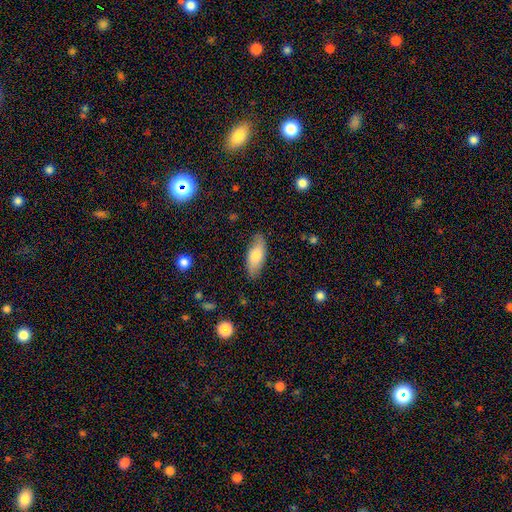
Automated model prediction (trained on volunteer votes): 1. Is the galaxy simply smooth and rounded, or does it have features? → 75% smooth, 19% featured or disk, 6% star or artifact.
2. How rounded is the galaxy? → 79% in between, 19% cigar-shaped, 2% round.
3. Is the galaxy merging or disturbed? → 81% none, 15% minor disturbance, 3% major disturbance, 1% merger.